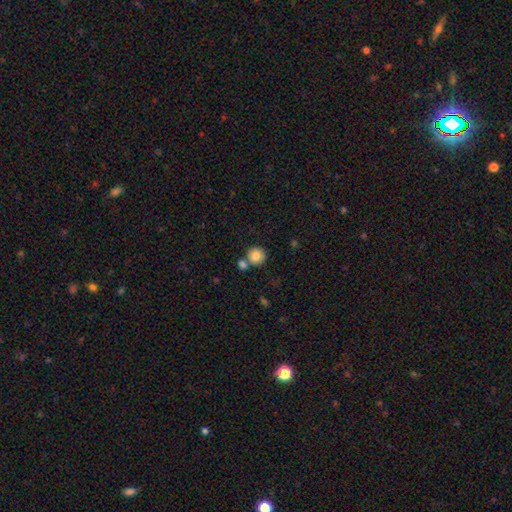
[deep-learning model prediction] A smooth galaxy with no disk features (82%) that is round (91%).

Vote fractions:
- Smooth or featured? smooth: 82% / featured or disk: 9% / star or artifact: 9%
- How rounded? round: 91% / in between: 8% / cigar-shaped: 1%
- Merging? none: 64% / merger: 24% / minor disturbance: 9% / major disturbance: 3%